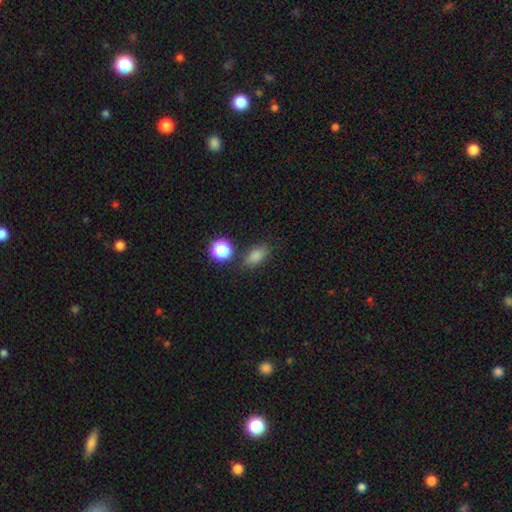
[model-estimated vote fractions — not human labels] Overall: smooth (81%). How rounded: in between (78%). Merging: none (76%).